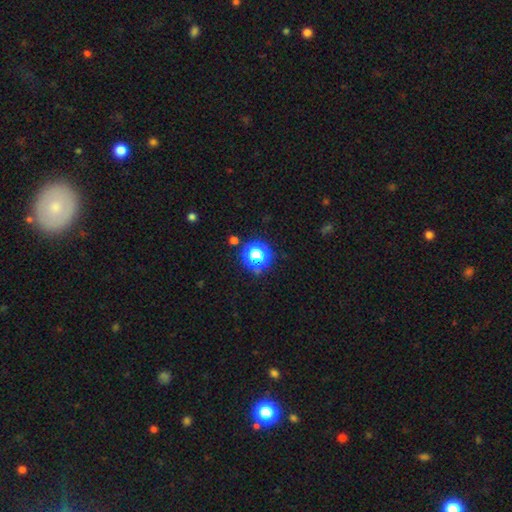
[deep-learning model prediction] Morphology: type=smooth (47%); merging=none (73%).